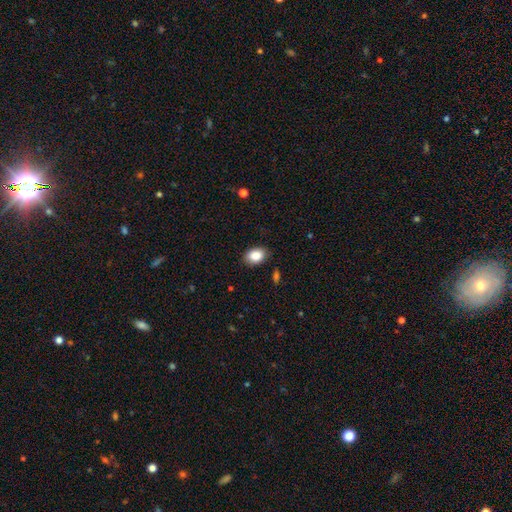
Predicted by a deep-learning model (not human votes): smooth-or-featured: smooth: 88% | star or artifact: 8% | featured or disk: 5%
  how-rounded: in between: 82% | round: 17% | cigar-shaped: 1%
  merging: none: 85% | minor disturbance: 11% | major disturbance: 3% | merger: 1%